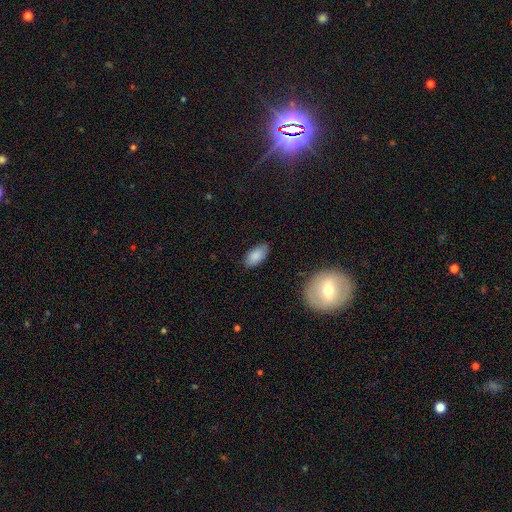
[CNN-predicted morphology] Q: Smooth or featured?
A: smooth (86%); runner-up: featured or disk (7%)
Q: How rounded?
A: in between (93%); runner-up: cigar-shaped (4%)
Q: Merging?
A: none (82%); runner-up: minor disturbance (14%)